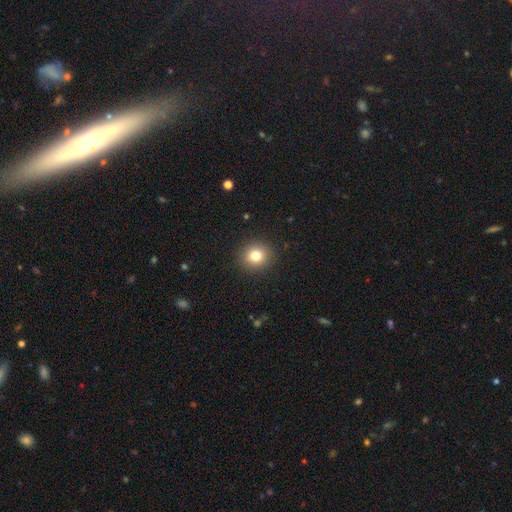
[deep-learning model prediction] This appears to be a smooth galaxy with no disk features (80%) that is round (85%). Merging: none (91%).